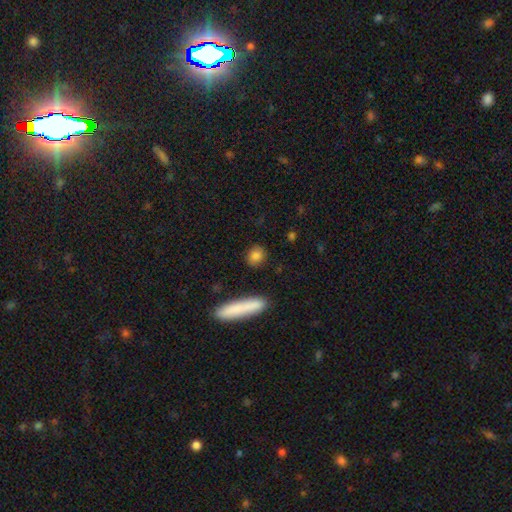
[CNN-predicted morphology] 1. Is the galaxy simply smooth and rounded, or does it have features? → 85% smooth, 8% star or artifact, 7% featured or disk.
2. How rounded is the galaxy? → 57% round, 36% in between, 6% cigar-shaped.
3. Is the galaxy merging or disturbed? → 87% none, 9% minor disturbance, 2% merger, 2% major disturbance.